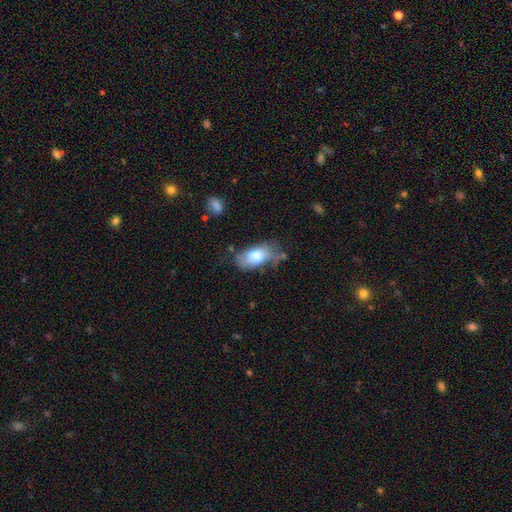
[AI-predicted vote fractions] Smooth or featured: smooth — 72% (featured or disk — 21%)
How rounded: in between — 91% (round — 4%)
Merging: none — 45% (minor disturbance — 34%)